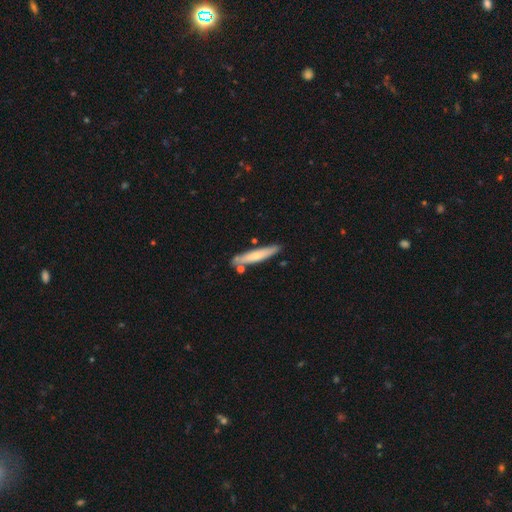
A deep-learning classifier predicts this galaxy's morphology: type=smooth (61%); roundness=cigar-shaped (90%); merging=none (77%).